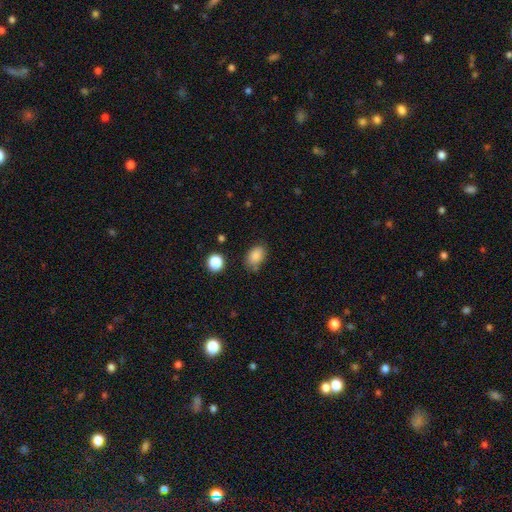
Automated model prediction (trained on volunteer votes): Morphology: type=smooth (85%); roundness=in between (82%); merging=none (73%).